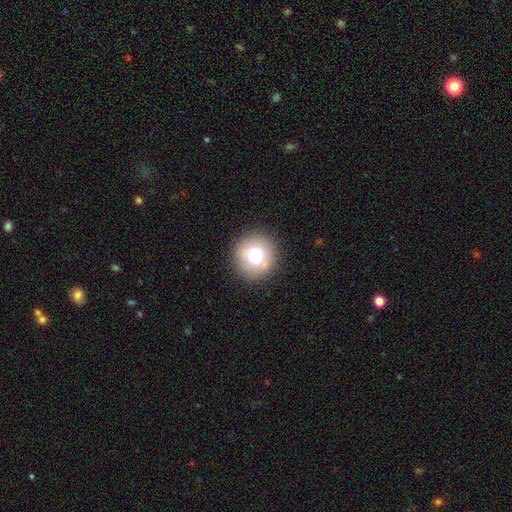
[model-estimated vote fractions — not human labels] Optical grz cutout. It shows a smooth galaxy with no disk features (79%) that is round (95%). Merging: none (90%).